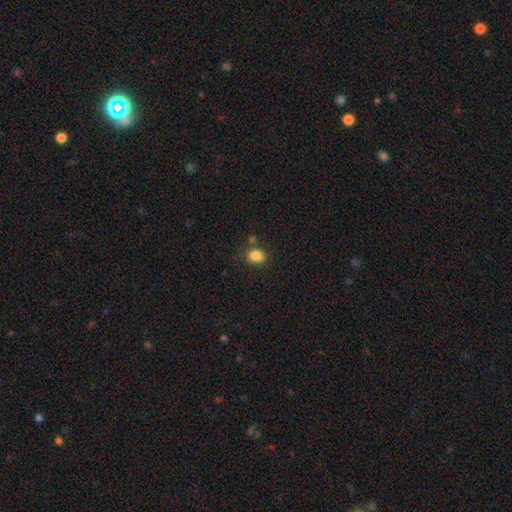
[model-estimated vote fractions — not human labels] Morphology: type=smooth (85%); roundness=in between (51%); merging=none (74%).